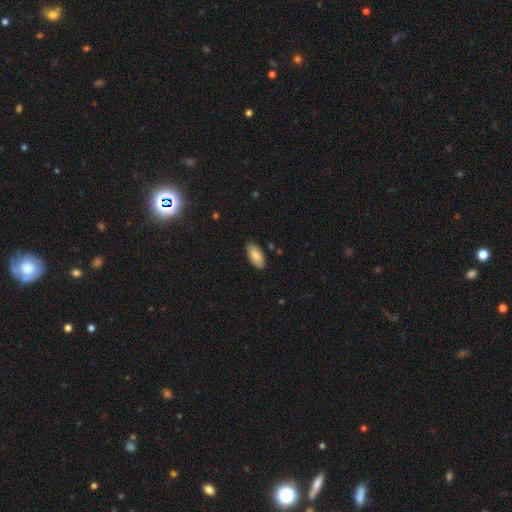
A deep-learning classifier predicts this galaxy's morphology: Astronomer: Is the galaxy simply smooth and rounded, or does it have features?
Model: smooth — 87%.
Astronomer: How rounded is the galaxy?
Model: in between — 90%.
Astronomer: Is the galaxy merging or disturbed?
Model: none — 86%.